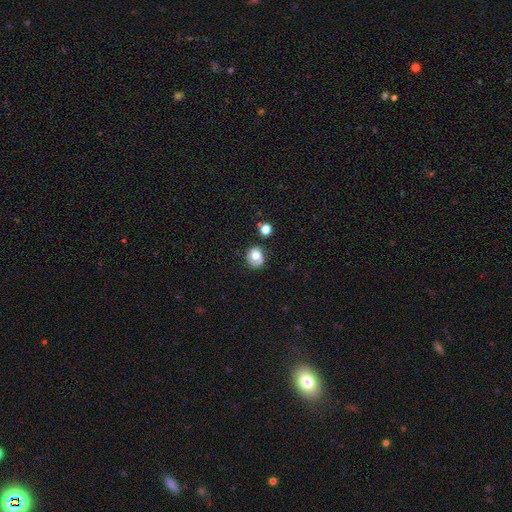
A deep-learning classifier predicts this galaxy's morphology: Smooth or featured: smooth — 64% (featured or disk — 25%)
How rounded: round — 76% (in between — 23%)
Merging: none — 70% (minor disturbance — 19%)